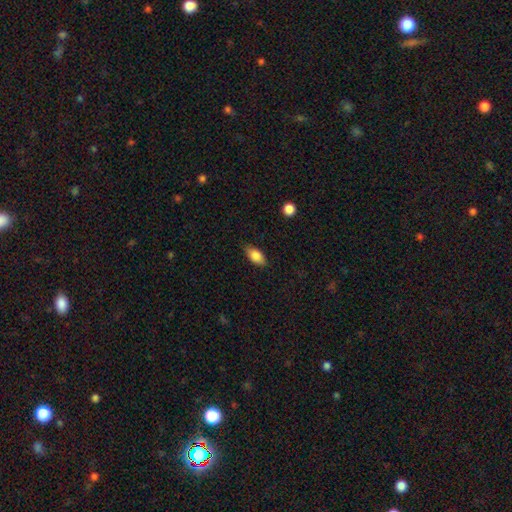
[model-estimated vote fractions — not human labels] Q: Smooth or featured?
A: smooth (84%); runner-up: featured or disk (9%)
Q: How rounded?
A: in between (90%); runner-up: cigar-shaped (5%)
Q: Merging?
A: none (82%); runner-up: minor disturbance (14%)